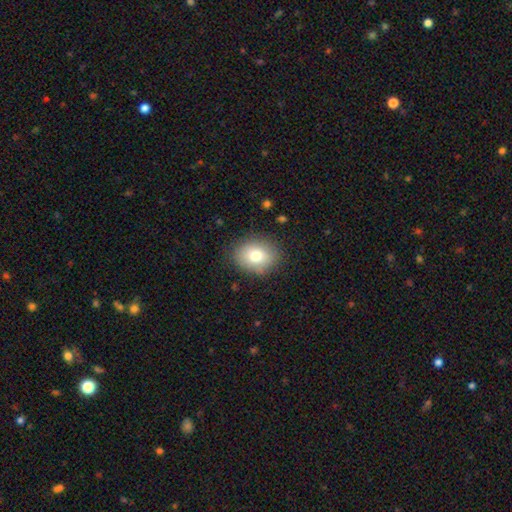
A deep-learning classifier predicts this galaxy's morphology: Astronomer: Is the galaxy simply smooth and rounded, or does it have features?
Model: smooth — 77%.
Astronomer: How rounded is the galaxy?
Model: in between — 51% (runner-up: round, 48%).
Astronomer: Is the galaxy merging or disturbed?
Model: none — 84%.